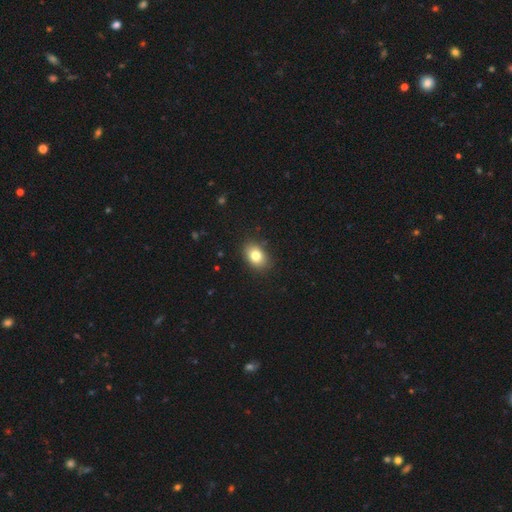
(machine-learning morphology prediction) The model was most divided on "how rounded": in between: 79%, round: 20%, cigar-shaped: 1%. More confident: merging — none (87%); smooth or featured — smooth (80%).